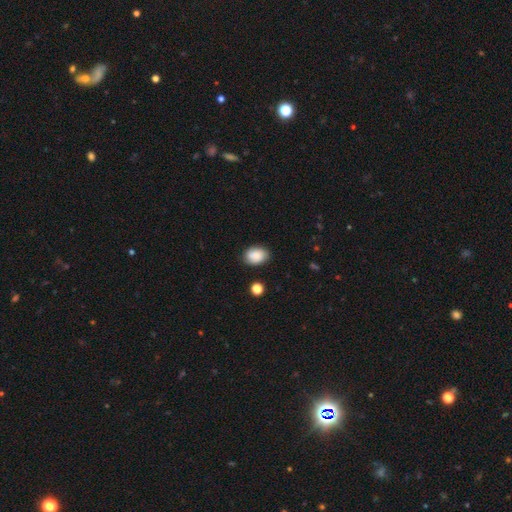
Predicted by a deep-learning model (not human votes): A smooth galaxy with no disk features (87%) that is in between round and cigar-shaped (77%).

Vote fractions:
- Smooth or featured? smooth: 87% / star or artifact: 8% / featured or disk: 5%
- How rounded? in between: 77% / round: 22% / cigar-shaped: 1%
- Merging? none: 83% / minor disturbance: 12% / major disturbance: 3% / merger: 2%